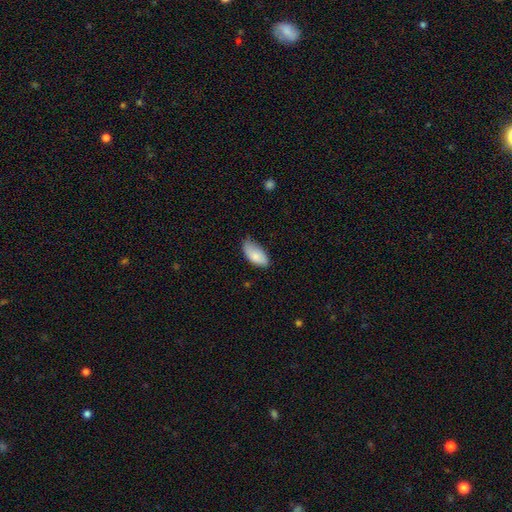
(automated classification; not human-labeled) Overall: smooth (84%). How rounded: in between (94%). Merging: none (60%; minor disturbance 34%).